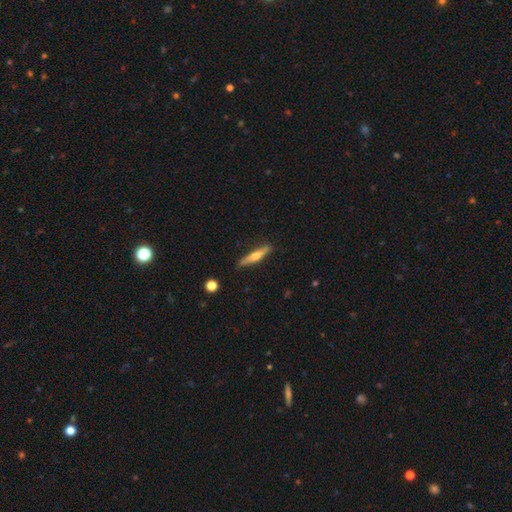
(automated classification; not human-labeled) Smooth or featured? Predicted: featured or disk (p=0.52). Edge-on disk? Predicted: yes (p=0.96). Edge-on bulge? Predicted: rounded (p=0.84). Merging? Predicted: none (p=0.86).